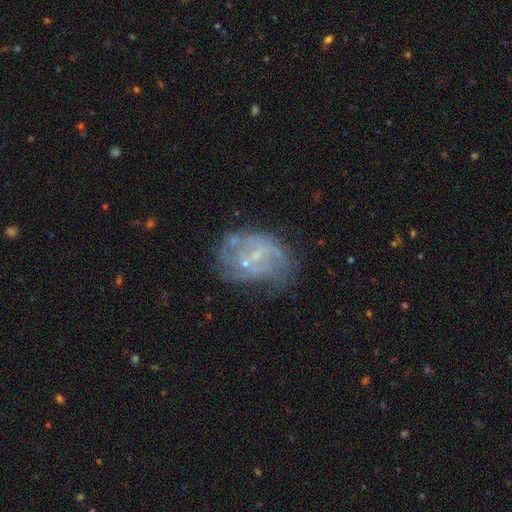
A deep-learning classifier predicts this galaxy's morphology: This appears to be a featured or disk galaxy (71%) with no bar (57%), spiral arms (57%) and a small central bulge (66%). Merging: none (43%).